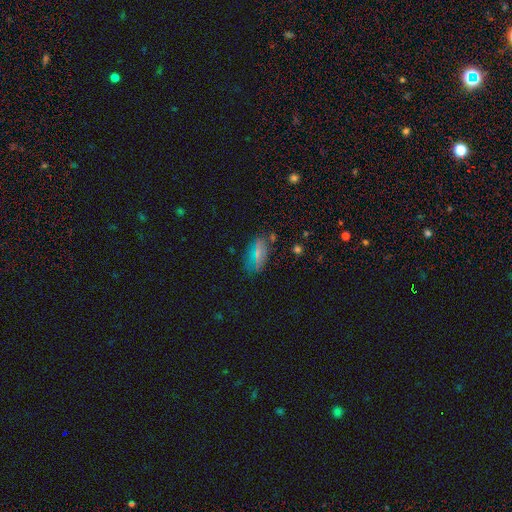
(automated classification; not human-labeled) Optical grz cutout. It shows a smooth galaxy with no disk features (55%) that is in between round and cigar-shaped (77%). Merging: none (75%).